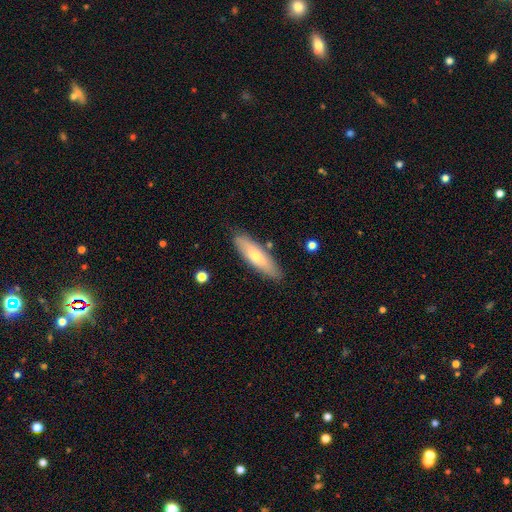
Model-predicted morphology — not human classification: A smooth galaxy with no disk features (67%) that is cigar-shaped (63%).

Vote fractions:
- Smooth or featured? smooth: 67% / featured or disk: 28% / star or artifact: 6%
- How rounded? cigar-shaped: 63% / in between: 36% / round: 2%
- Merging? none: 83% / minor disturbance: 12% / merger: 3% / major disturbance: 2%